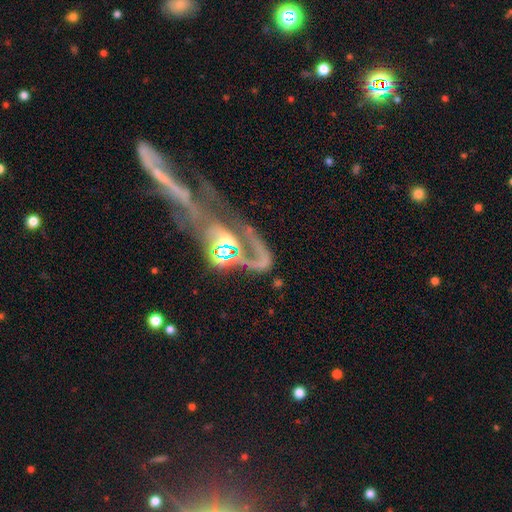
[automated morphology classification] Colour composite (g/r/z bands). It shows a featured or disk galaxy (60%). Merging: merger (42%).